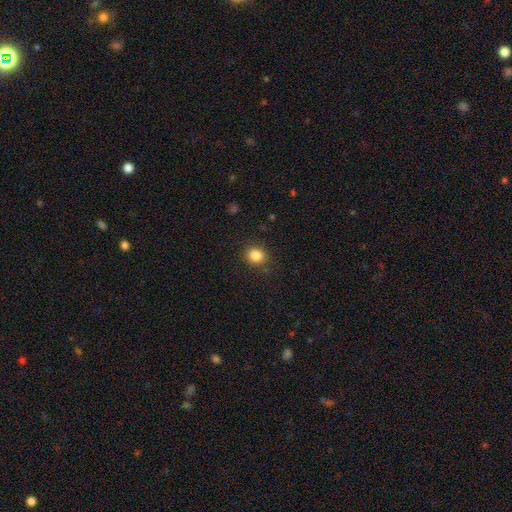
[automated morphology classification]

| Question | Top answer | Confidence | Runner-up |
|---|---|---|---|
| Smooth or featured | smooth | 84% | star or artifact (11%) |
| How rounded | round | 71% | in between (28%) |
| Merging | none | 88% | minor disturbance (8%) |